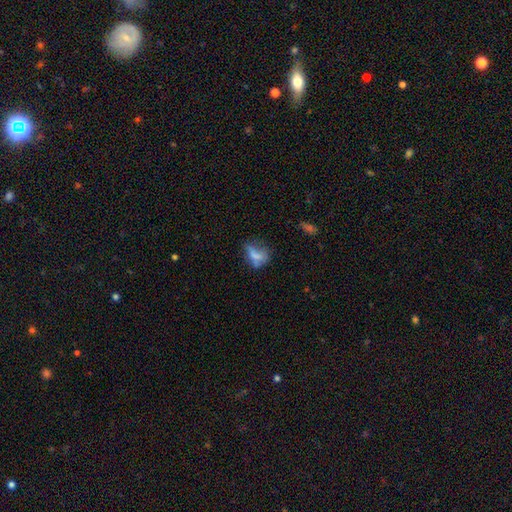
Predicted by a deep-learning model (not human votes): Smooth or featured? smooth (60%)
How rounded? in between (70%)
Merging? none (34%)